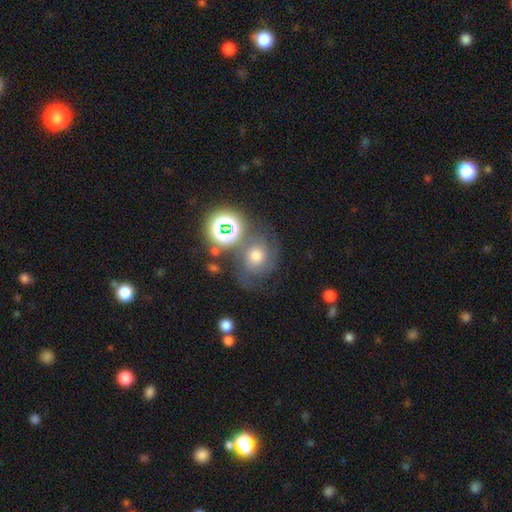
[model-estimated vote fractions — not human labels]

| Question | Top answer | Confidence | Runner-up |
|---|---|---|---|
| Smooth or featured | smooth | 47% | featured or disk (31%) |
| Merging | none | 51% | minor disturbance (19%) |